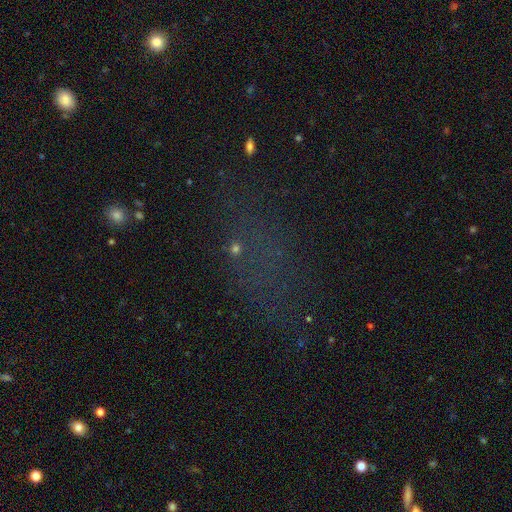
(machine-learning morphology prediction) smooth_or_featured: star or artifact (p=0.52) [alt: smooth p=0.33]